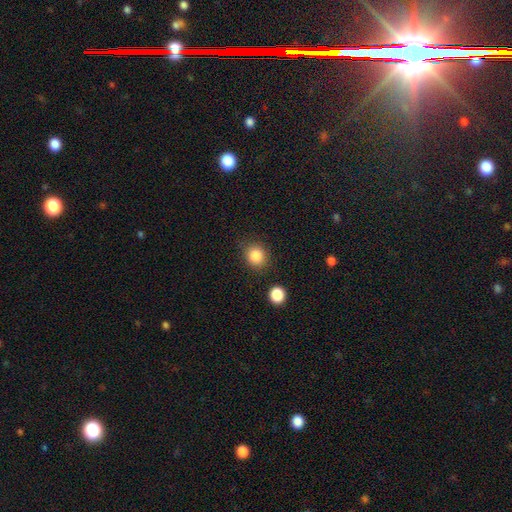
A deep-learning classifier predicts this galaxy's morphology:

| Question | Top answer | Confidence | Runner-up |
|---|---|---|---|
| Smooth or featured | smooth | 85% | star or artifact (10%) |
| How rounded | round | 80% | in between (19%) |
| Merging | none | 84% | minor disturbance (9%) |